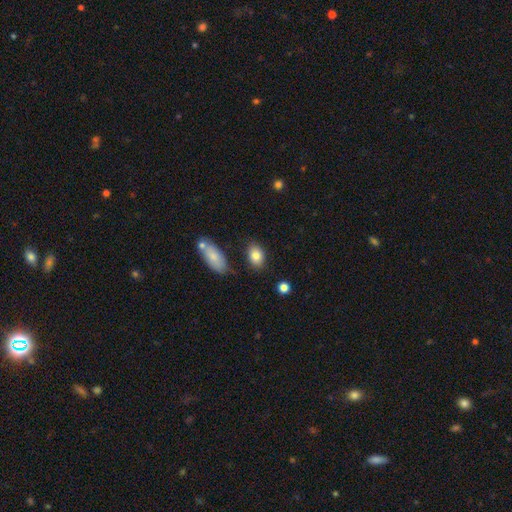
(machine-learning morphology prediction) A smooth galaxy with no disk features (83%) that is in between round and cigar-shaped (80%). Merging: none (77%).